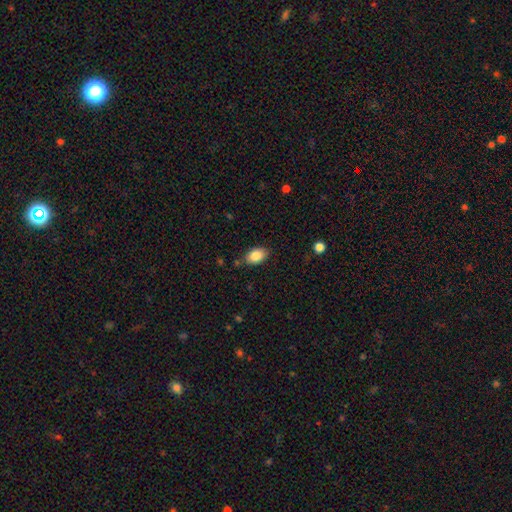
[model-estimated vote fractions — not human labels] A smooth galaxy with no disk features (86%) that is in between round and cigar-shaped (89%).

Vote fractions:
- Smooth or featured? smooth: 86% / star or artifact: 7% / featured or disk: 6%
- How rounded? in between: 89% / round: 10% / cigar-shaped: 1%
- Merging? none: 80% / minor disturbance: 14% / major disturbance: 3% / merger: 2%